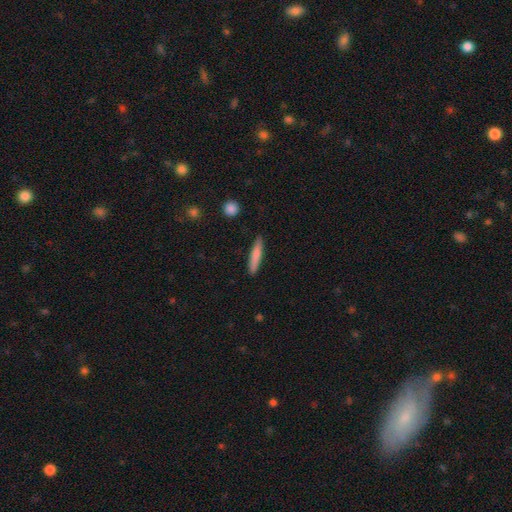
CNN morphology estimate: Smooth or featured? smooth (77%)
How rounded? cigar-shaped (92%)
Merging? none (88%)